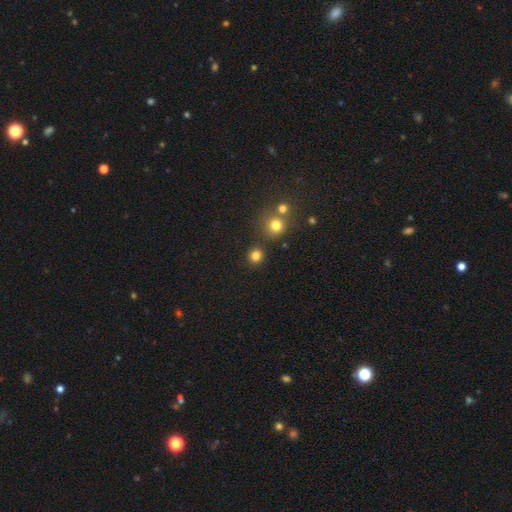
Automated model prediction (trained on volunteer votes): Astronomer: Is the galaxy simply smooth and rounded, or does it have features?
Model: smooth — 81%.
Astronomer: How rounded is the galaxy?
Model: round — 89%.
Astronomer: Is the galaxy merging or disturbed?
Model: none — 84%.